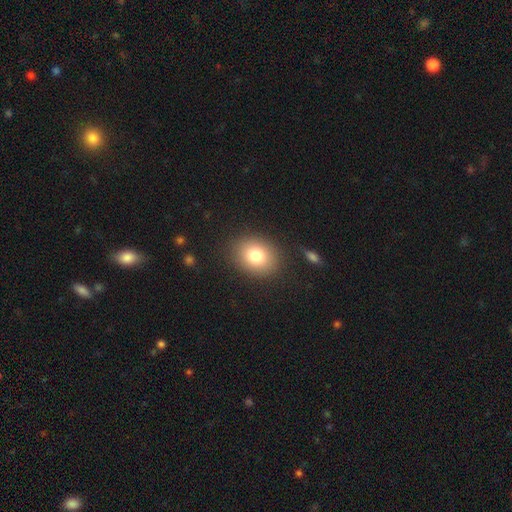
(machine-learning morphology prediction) type=smooth (80%); roundness=round (53%); merging=none (87%).